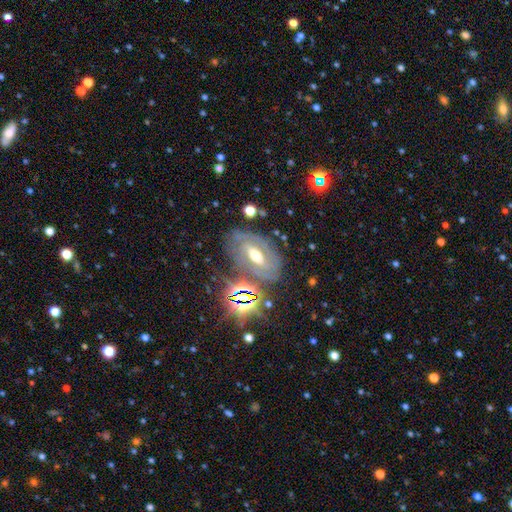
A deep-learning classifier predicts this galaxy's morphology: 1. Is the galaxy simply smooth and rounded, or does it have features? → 69% featured or disk, 16% star or artifact, 15% smooth.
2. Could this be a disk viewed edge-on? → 92% no, 8% yes.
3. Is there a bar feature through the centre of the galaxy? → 39% weak, 32% no, 29% strong.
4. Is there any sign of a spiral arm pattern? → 73% yes, 27% no.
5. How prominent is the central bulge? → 70% moderate, 16% small, 11% large, 2% none, 2% dominant.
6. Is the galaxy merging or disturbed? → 68% none, 18% minor disturbance, 10% major disturbance, 4% merger.